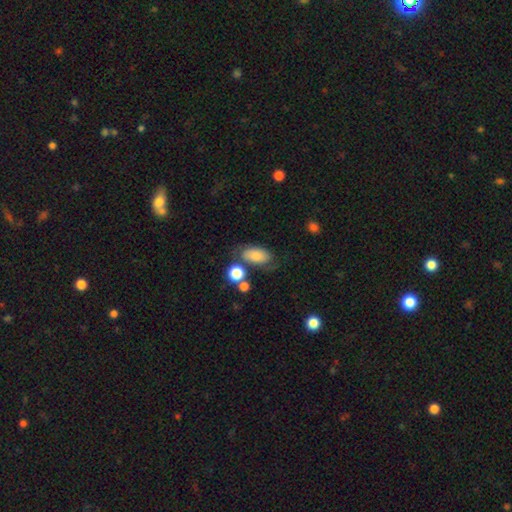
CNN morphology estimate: This is likely a smooth galaxy (68%). How rounded: clearly in between (88%). Merging: possibly none (51%).